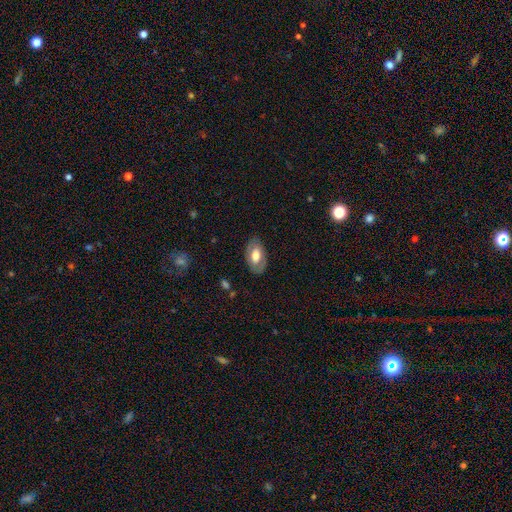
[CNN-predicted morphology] Smooth or featured: smooth — 59% (featured or disk — 35%)
How rounded: in between — 93% (round — 6%)
Merging: none — 82% (minor disturbance — 13%)